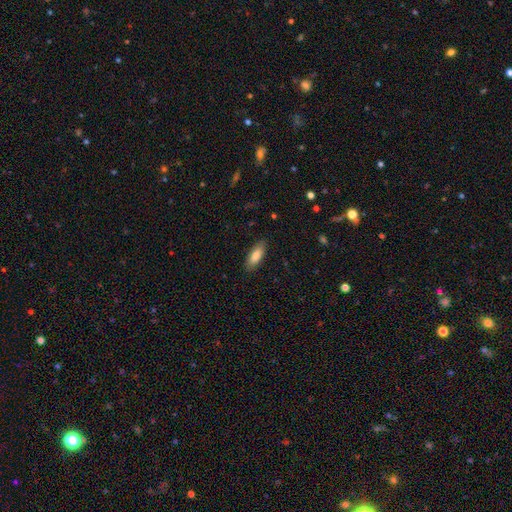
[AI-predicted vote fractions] A smooth galaxy with no disk features (84%) that is in between round and cigar-shaped (70%).

Vote fractions:
- Smooth or featured? smooth: 84% / featured or disk: 10% / star or artifact: 6%
- How rounded? in between: 70% / cigar-shaped: 28% / round: 2%
- Merging? none: 86% / minor disturbance: 10% / major disturbance: 2% / merger: 1%